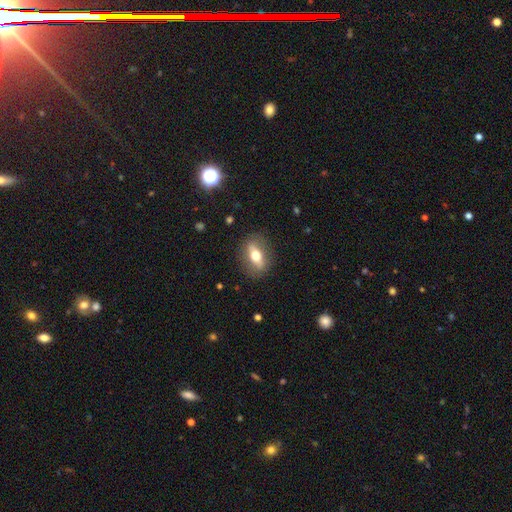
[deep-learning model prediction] Q: Smooth or featured?
A: smooth (47%); runner-up: featured or disk (45%)
Q: Merging?
A: none (84%); runner-up: minor disturbance (11%)